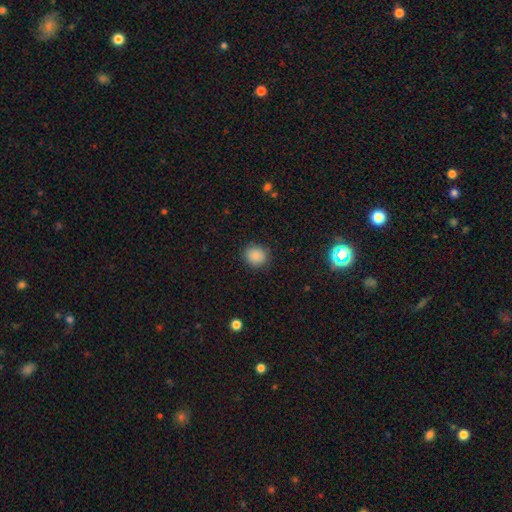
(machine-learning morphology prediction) This is clearly a smooth galaxy (87%). How rounded: likely round (79%). Merging: clearly none (88%).